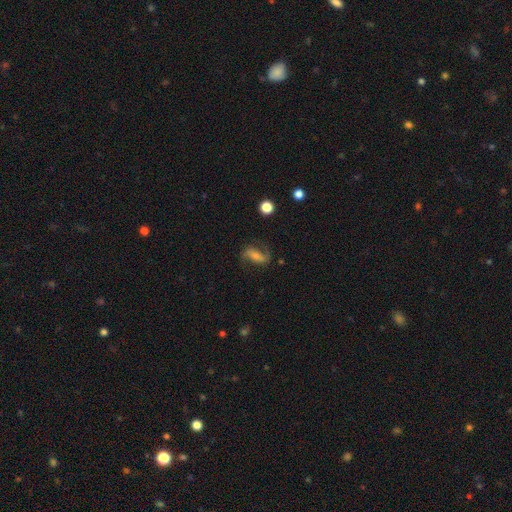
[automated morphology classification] Smooth or featured? Predicted: featured or disk (p=0.77). Edge-on disk? Predicted: no (p=0.95). Bar? Predicted: strong (p=0.38). Spiral arms? Predicted: yes (p=0.94). Spiral winding? Predicted: loose (p=0.54). Spiral arm count? Predicted: 2 (p=0.91). Bulge size? Predicted: small (p=0.51). Merging? Predicted: none (p=0.76).